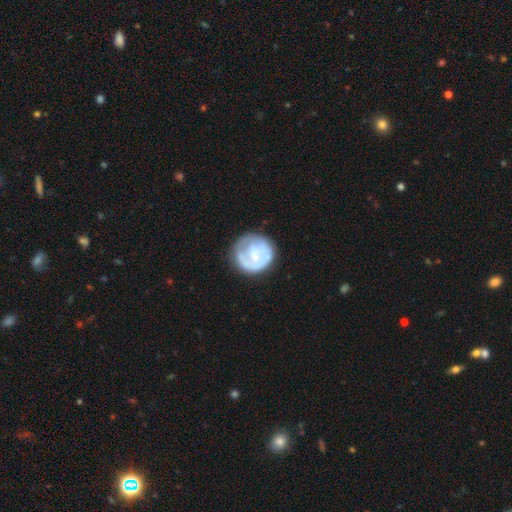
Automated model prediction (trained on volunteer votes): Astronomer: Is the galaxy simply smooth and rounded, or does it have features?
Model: featured or disk — 53% (runner-up: smooth, 41%).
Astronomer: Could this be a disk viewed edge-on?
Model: no — 98%.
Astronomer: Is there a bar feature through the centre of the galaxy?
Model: no — 72%.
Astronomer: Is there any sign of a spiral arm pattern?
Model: yes — 52% (runner-up: no, 48%).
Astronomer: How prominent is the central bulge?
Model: small — 49% (runner-up: moderate, 25%).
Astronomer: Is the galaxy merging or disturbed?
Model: none — 65%.